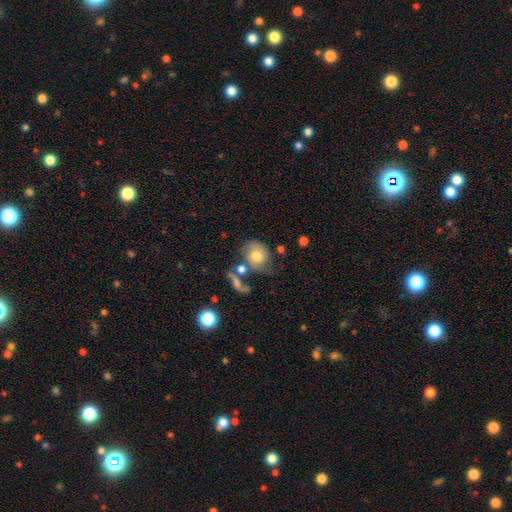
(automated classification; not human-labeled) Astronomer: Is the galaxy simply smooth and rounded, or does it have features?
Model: smooth — 61%.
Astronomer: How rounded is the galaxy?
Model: round — 65%.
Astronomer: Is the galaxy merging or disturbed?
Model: none — 42% (runner-up: merger, 23%).